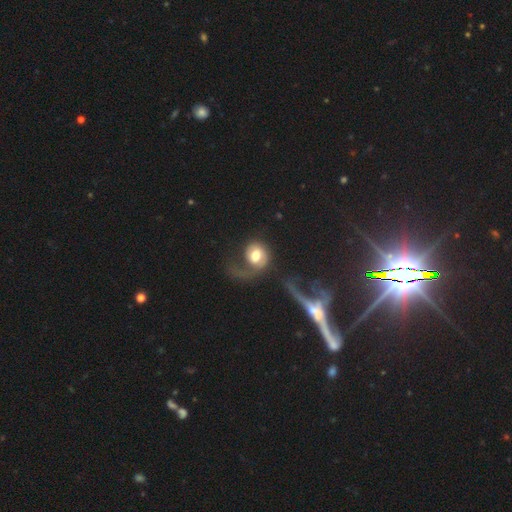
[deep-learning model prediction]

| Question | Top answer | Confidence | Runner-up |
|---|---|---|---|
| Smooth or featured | smooth | 47% | featured or disk (45%) |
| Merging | major disturbance | 49% | none (28%) |